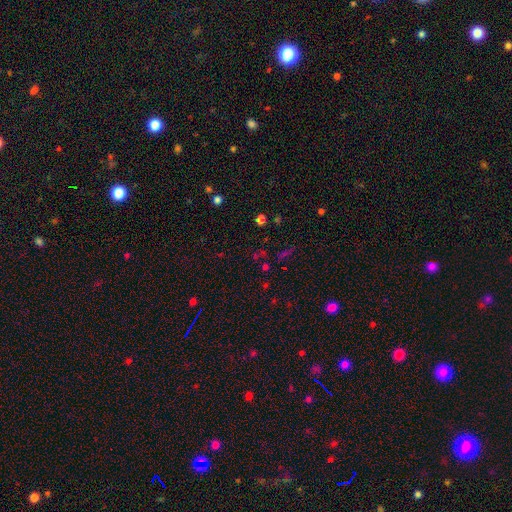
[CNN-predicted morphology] This is possibly a star or artifact rather than a galaxy (55%).